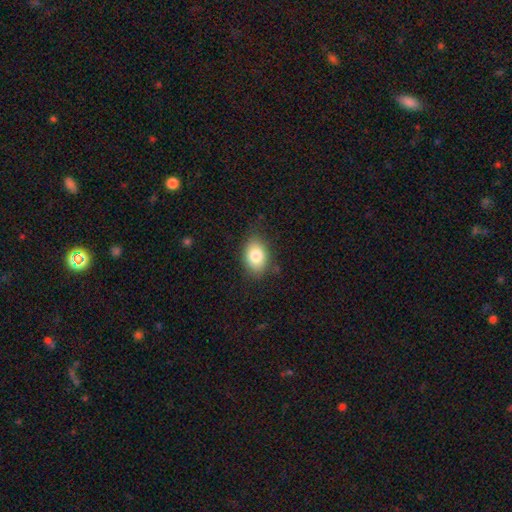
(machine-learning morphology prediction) Smooth or featured? Predicted: smooth (p=0.82). How rounded? Predicted: in between (p=0.84). Merging? Predicted: none (p=0.81).